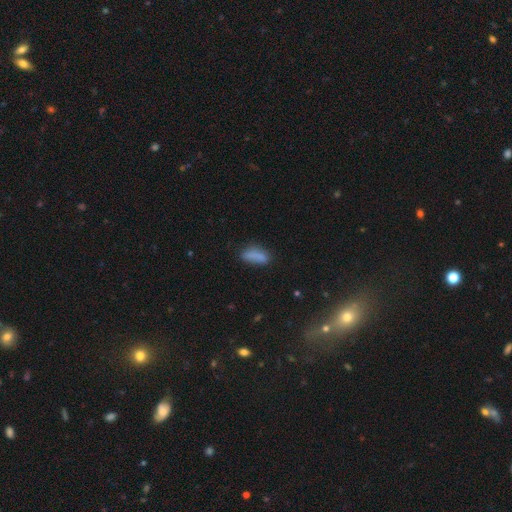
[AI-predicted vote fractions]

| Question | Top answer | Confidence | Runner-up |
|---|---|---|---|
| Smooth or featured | smooth | 82% | star or artifact (9%) |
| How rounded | in between | 65% | cigar-shaped (32%) |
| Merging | none | 64% | minor disturbance (25%) |